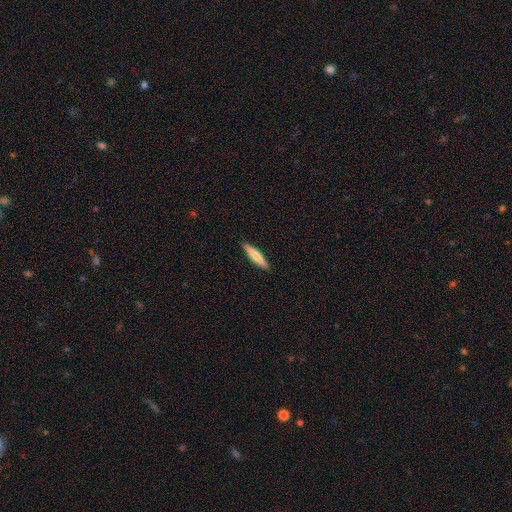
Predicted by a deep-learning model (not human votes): Overall: smooth (66%; featured or disk 29%). How rounded: cigar-shaped (89%). Merging: none (91%).